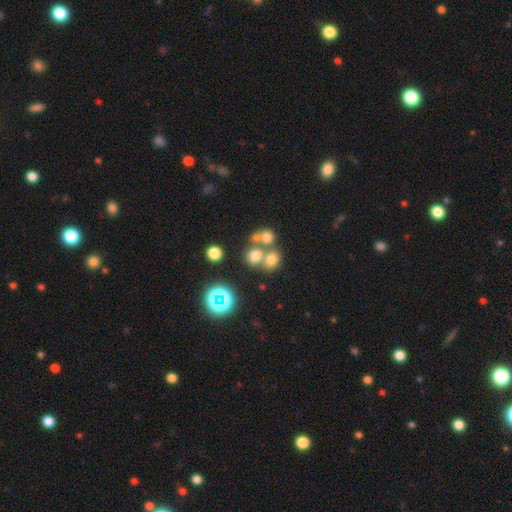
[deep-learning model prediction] Q: Smooth or featured?
A: smooth (65%); runner-up: star or artifact (22%)
Q: How rounded?
A: round (72%); runner-up: in between (27%)
Q: Merging?
A: none (47%); runner-up: merger (40%)